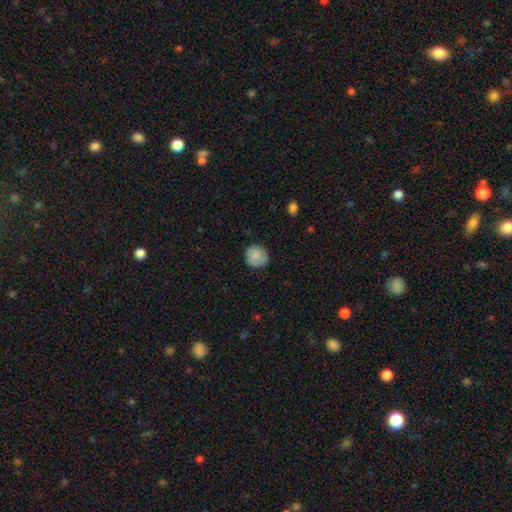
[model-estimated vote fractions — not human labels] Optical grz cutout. It shows a smooth galaxy with no disk features (86%) that is round (87%). Merging: none (81%).